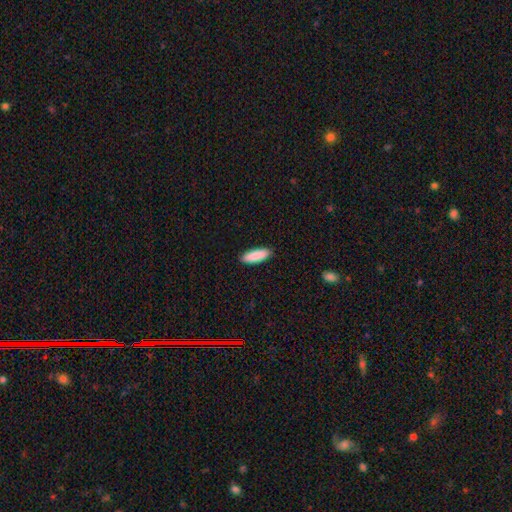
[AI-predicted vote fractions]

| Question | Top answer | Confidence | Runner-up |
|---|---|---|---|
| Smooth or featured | smooth | 90% | star or artifact (5%) |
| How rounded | in between | 51% | cigar-shaped (48%) |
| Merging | none | 90% | minor disturbance (7%) |